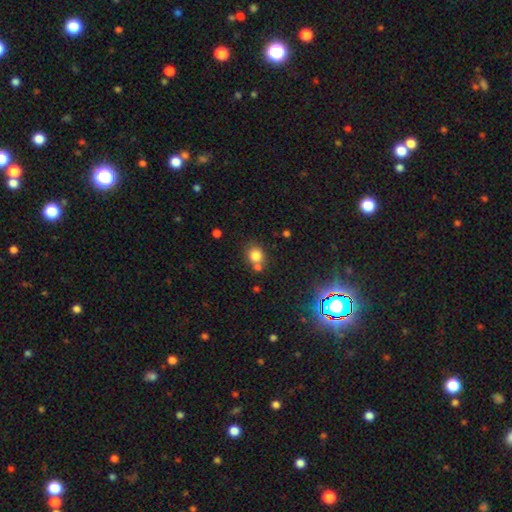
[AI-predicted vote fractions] Smooth or featured? smooth (80%)
How rounded? round (78%)
Merging? none (59%)